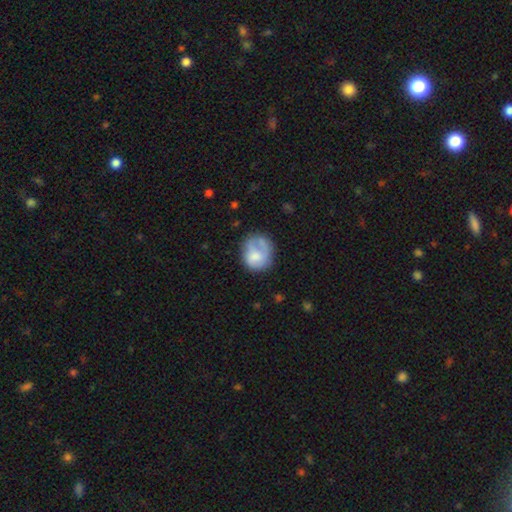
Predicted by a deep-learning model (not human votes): This is likely a smooth galaxy (64%). How rounded: likely round (70%). Merging: possibly none (46%).